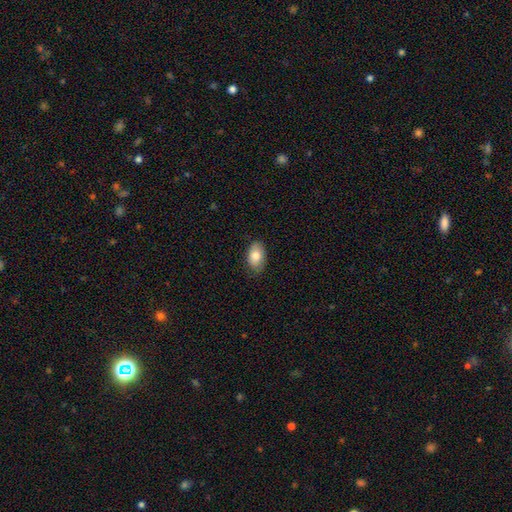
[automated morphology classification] This appears to be a smooth galaxy with no disk features (79%) that is in between round and cigar-shaped (91%). Merging: none (81%).